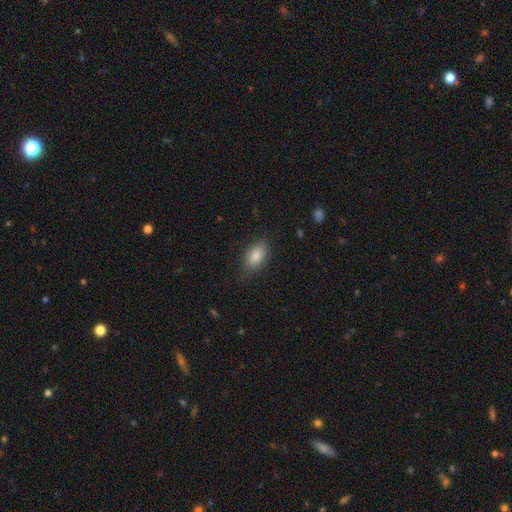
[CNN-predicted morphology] This appears to be a smooth galaxy with no disk features (84%) that is in between round and cigar-shaped (89%). Merging: none (78%).